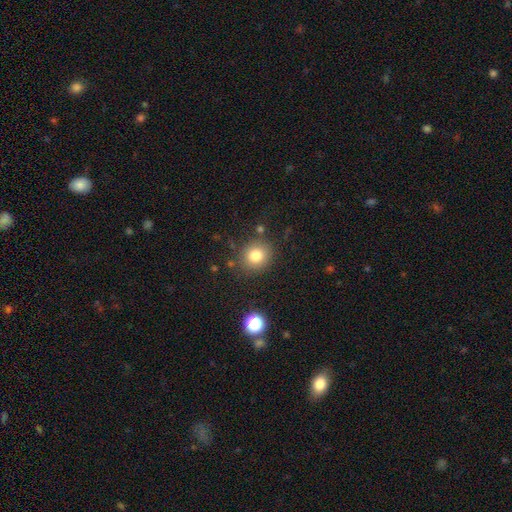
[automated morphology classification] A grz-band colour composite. It shows a smooth galaxy with no disk features (79%) that is round (87%). Merging: none (84%).